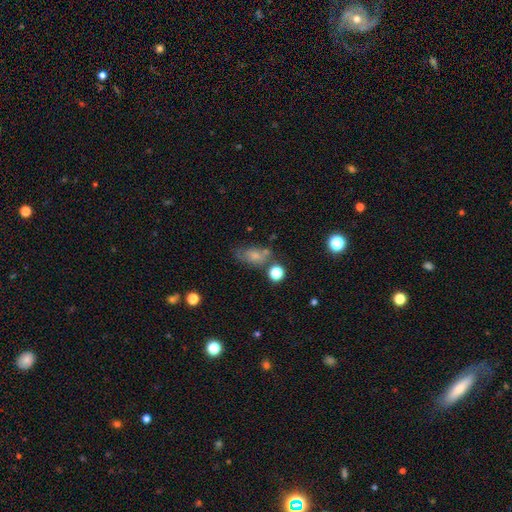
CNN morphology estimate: type=smooth (63%); roundness=in between (79%); merging=none (48%).